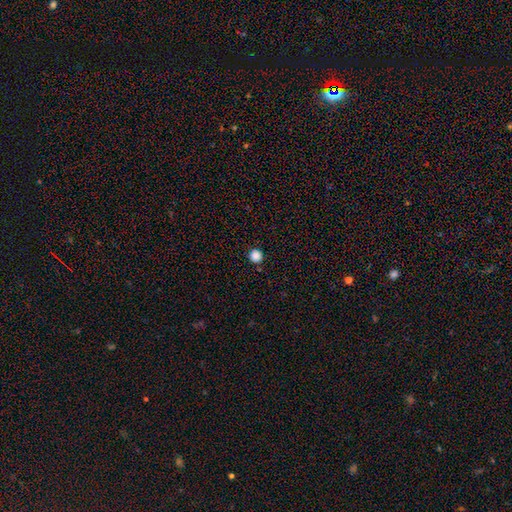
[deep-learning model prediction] Smooth or featured: smooth — 86% (star or artifact — 12%)
How rounded: round — 96% (in between — 3%)
Merging: none — 92% (minor disturbance — 5%)